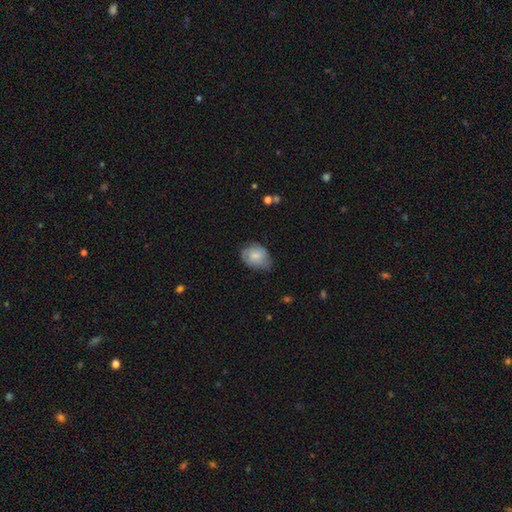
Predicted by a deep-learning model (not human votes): This appears to be a smooth galaxy with no disk features (65%) that is in between round and cigar-shaped (65%). Merging: none (60%).